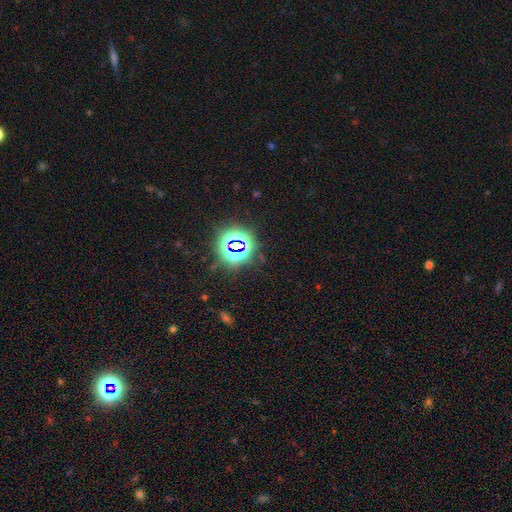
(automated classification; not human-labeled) smooth-or-featured: star or artifact: 79% | smooth: 14% | featured or disk: 7%